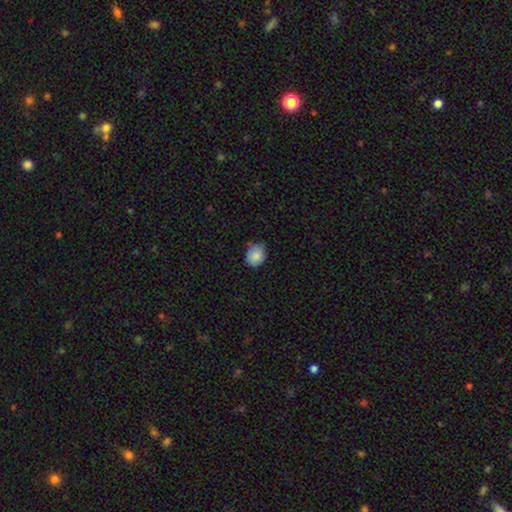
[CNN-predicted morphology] The model was most divided on "how rounded": round: 57%, in between: 42%, cigar-shaped: 1%. More confident: smooth or featured — smooth (86%); merging — none (70%).